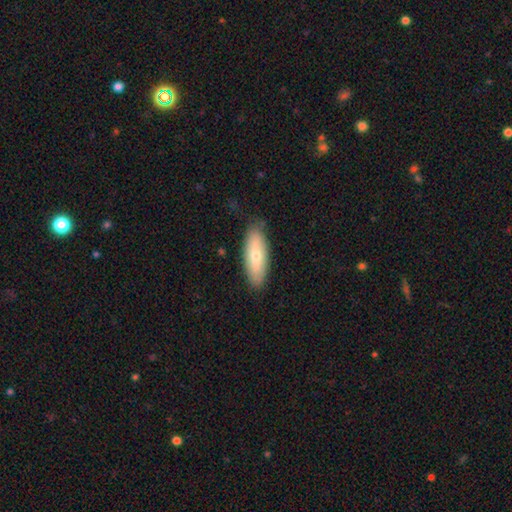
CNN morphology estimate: smooth 71%, featured or disk 23%, star or artifact 6%. Down the decision tree: how rounded — in between (66%); merging — none (83%).